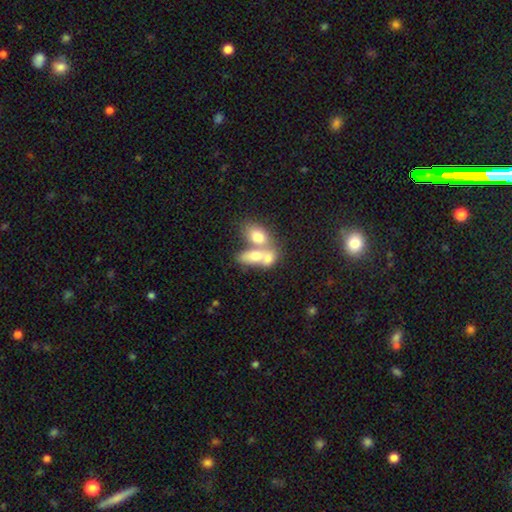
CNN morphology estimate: type=smooth (66%); roundness=in between (83%); merging=merger (67%).